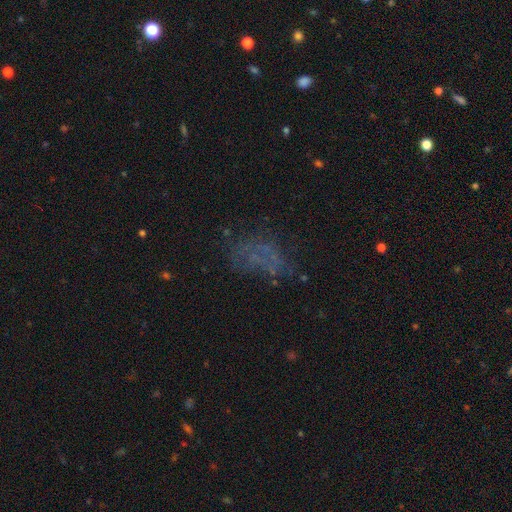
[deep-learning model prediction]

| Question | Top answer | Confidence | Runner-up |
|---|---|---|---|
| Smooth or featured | smooth | 38% | featured or disk (32%) |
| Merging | none | 51% | major disturbance (25%) |